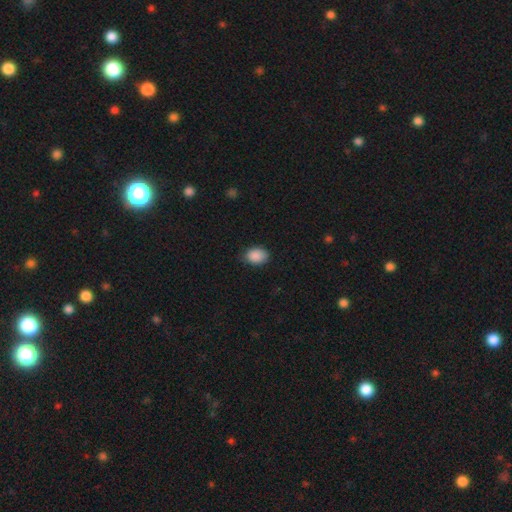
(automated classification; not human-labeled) A smooth galaxy with no disk features (89%) that is in between round and cigar-shaped (70%).

Vote fractions:
- Smooth or featured? smooth: 89% / star or artifact: 8% / featured or disk: 3%
- How rounded? in between: 70% / round: 29% / cigar-shaped: 1%
- Merging? none: 78% / minor disturbance: 18% / major disturbance: 3% / merger: 1%